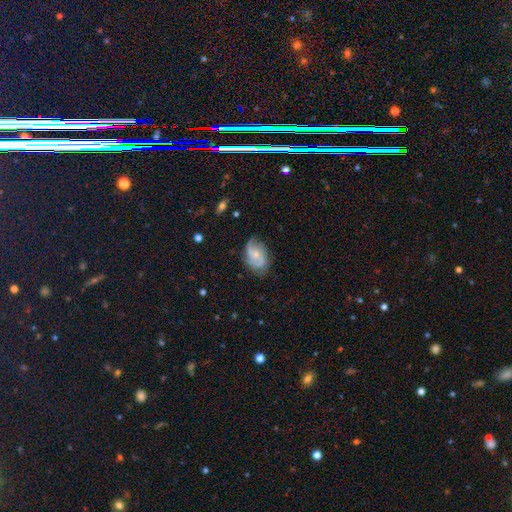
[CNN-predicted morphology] smooth-or-featured: featured or disk: 72% | smooth: 21% | star or artifact: 7%
  disk-edge-on: no: 97% | yes: 3%
    bar: no: 65% | weak: 31% | strong: 4%
    has-spiral-arms: yes: 92% | no: 8%
      spiral-winding: medium: 47% | tight: 27% | loose: 26%
      spiral-arm-count: 2: 60% | 3: 17% | can't tell: 14% | 1: 4% | 4: 3% | more than 4: 2%
    bulge-size: small: 59% | moderate: 32% | none: 7% | large: 2% | dominant: 1%
  merging: none: 66% | minor disturbance: 23% | major disturbance: 9% | merger: 2%